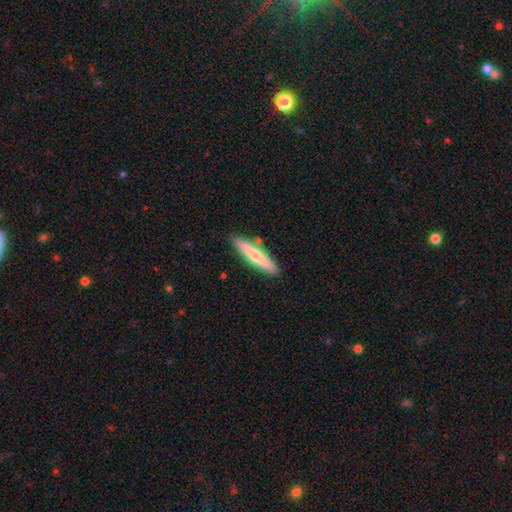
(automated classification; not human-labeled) The model was most divided on "smooth or featured": smooth: 55%, featured or disk: 39%, star or artifact: 5%. More confident: how rounded — cigar-shaped (86%); merging — none (83%).